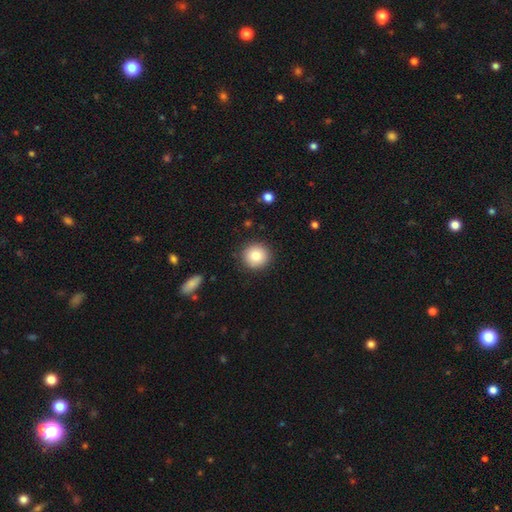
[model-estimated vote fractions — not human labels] smooth_or_featured: smooth (p=0.84) [alt: star or artifact p=0.09]
how_rounded: round (p=0.93) [alt: in between p=0.06]
merging: none (p=0.90) [alt: minor disturbance p=0.07]